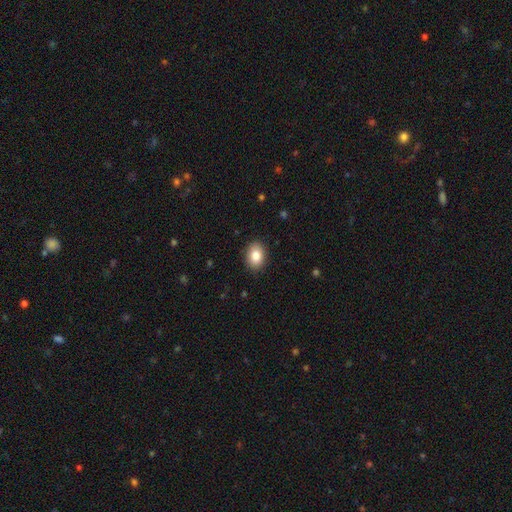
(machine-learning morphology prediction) Smooth or featured? smooth (85%)
How rounded? in between (73%)
Merging? none (89%)